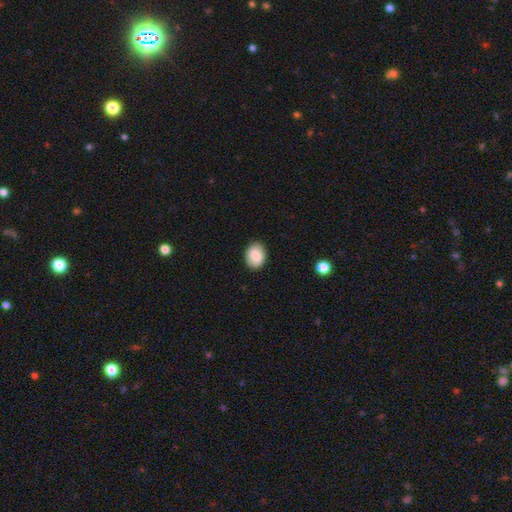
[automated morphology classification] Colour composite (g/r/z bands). It shows a smooth galaxy with no disk features (84%) that is in between round and cigar-shaped (62%). Merging: none (87%).